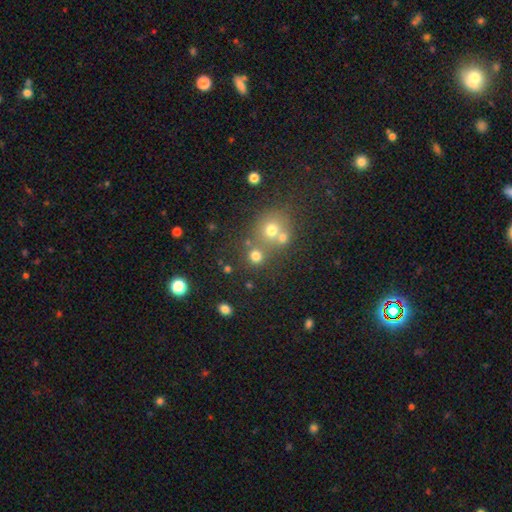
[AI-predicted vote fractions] smooth_or_featured: smooth (p=0.72) [alt: star or artifact p=0.19]
how_rounded: round (p=0.87) [alt: in between p=0.12]
merging: none (p=0.61) [alt: merger p=0.27]